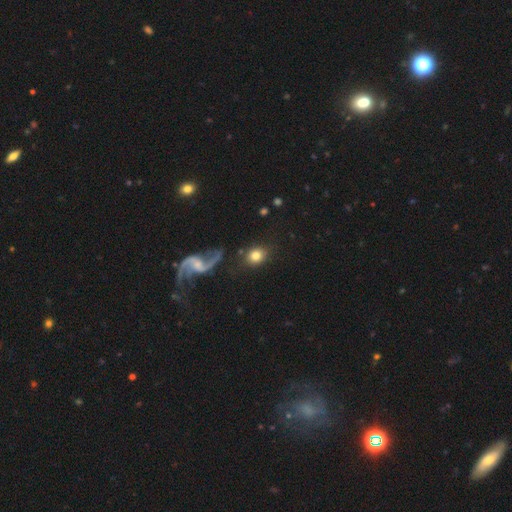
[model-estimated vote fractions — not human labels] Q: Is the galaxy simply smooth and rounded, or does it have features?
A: smooth — 74%.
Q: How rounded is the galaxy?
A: round — 69%.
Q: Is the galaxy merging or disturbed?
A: none — 75%.